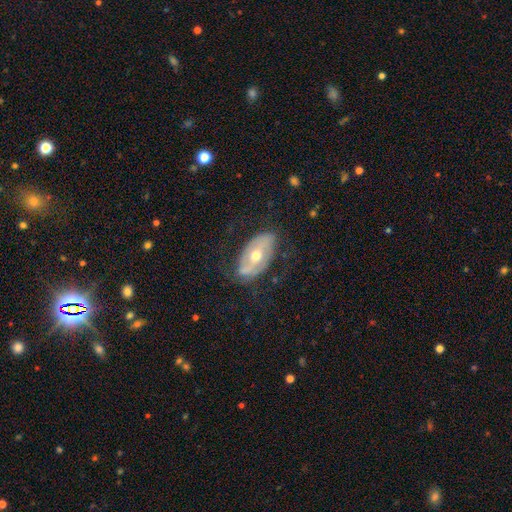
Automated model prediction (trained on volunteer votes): Smooth or featured: featured or disk — 64% (smooth — 29%)
Edge-on disk: no — 89% (yes — 11%)
Bar: no — 46% (weak — 29%)
Spiral arms: yes — 55% (no — 45%)
Bulge size: moderate — 69% (small — 26%)
Merging: none — 66% (minor disturbance — 22%)